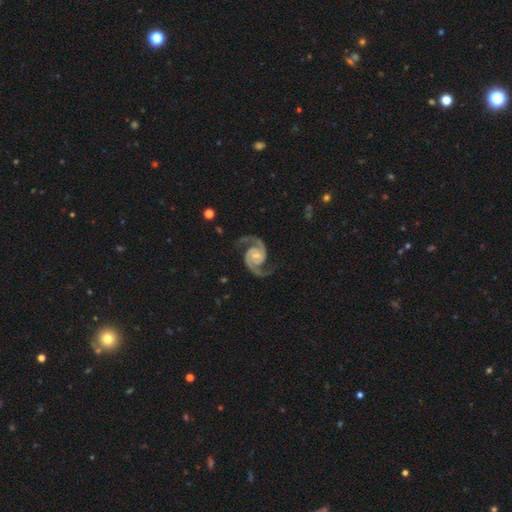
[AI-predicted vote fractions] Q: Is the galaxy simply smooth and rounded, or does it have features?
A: featured or disk — 94%.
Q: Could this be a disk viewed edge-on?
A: no — 98%.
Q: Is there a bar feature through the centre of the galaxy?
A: no — 47%.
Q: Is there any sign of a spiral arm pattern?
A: yes — 99%.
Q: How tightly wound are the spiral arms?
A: medium — 60%.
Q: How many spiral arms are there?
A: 2 — 95%.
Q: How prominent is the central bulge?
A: small — 53%.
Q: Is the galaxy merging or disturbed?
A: none — 81%.